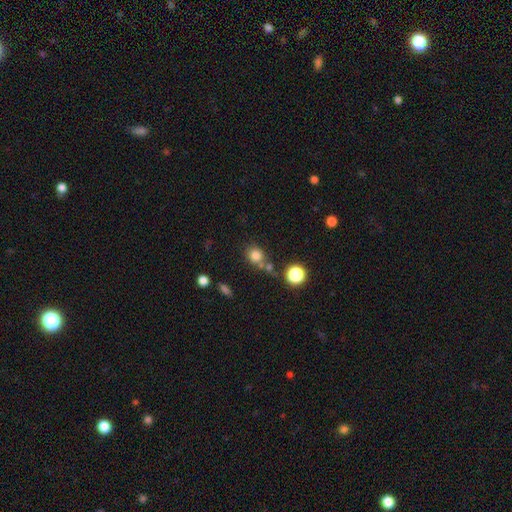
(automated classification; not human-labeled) The model was most divided on "merging": none: 61%, merger: 23%, minor disturbance: 12%, major disturbance: 5%. More confident: smooth or featured — smooth (79%); how rounded — round (78%).